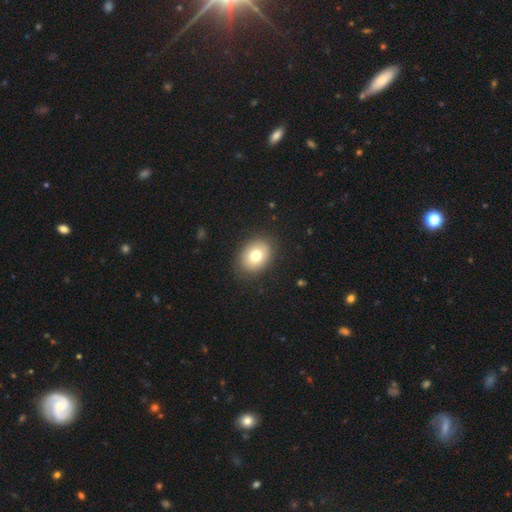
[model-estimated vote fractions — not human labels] smooth 76%, featured or disk 15%, star or artifact 9%. Down the decision tree: how rounded — in between (63%); merging — none (87%).